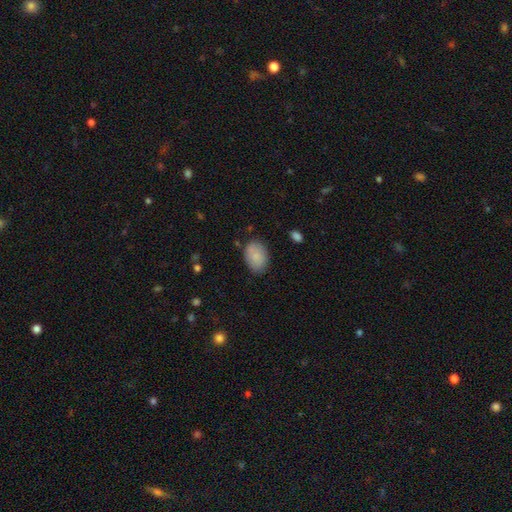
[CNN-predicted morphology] Smooth or featured? smooth (85%)
How rounded? in between (78%)
Merging? none (80%)